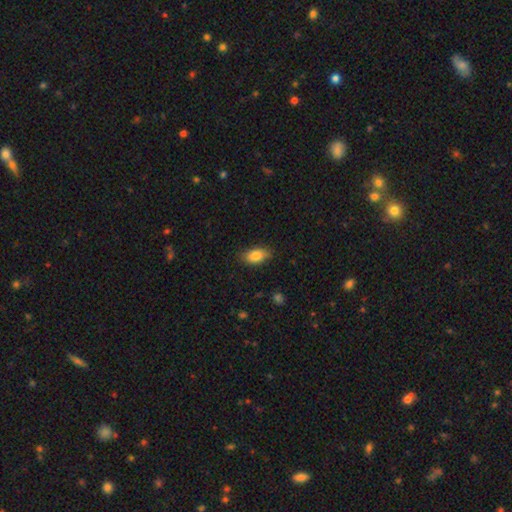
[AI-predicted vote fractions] smooth_or_featured: smooth (p=0.84) [alt: featured or disk p=0.08]
how_rounded: in between (p=0.89) [alt: round p=0.06]
merging: none (p=0.82) [alt: minor disturbance p=0.14]